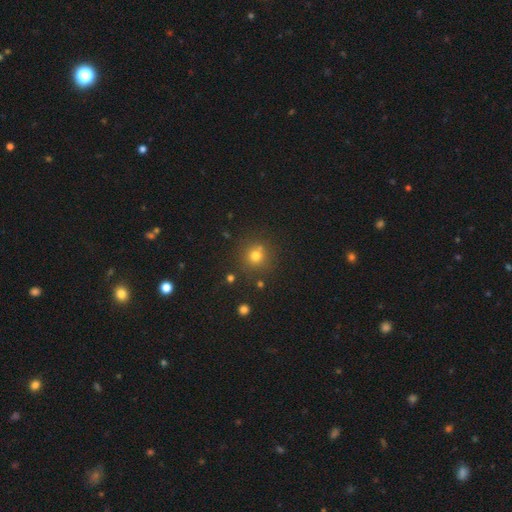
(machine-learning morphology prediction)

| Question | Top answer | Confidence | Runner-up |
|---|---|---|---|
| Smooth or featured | smooth | 74% | star or artifact (18%) |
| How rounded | round | 90% | in between (9%) |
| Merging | none | 77% | minor disturbance (10%) |